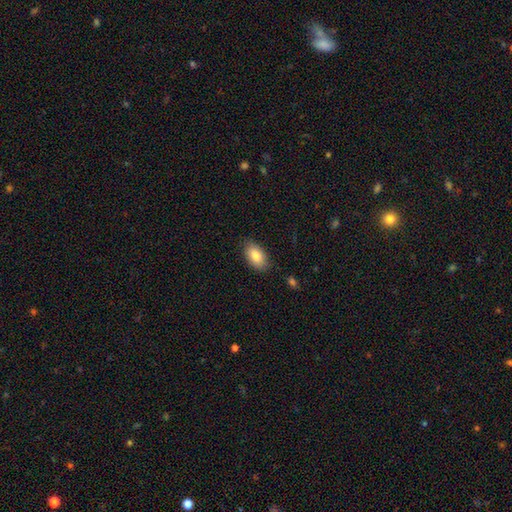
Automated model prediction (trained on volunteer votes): A smooth galaxy with no disk features (83%) that is in between round and cigar-shaped (93%). Merging: none (85%).